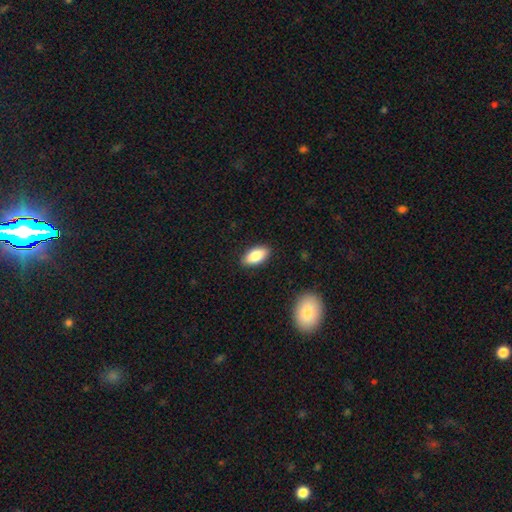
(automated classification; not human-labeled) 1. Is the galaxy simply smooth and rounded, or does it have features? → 83% smooth, 10% featured or disk, 7% star or artifact.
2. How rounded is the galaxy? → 90% in between, 6% cigar-shaped, 3% round.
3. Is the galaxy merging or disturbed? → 88% none, 9% minor disturbance, 2% major disturbance, 1% merger.